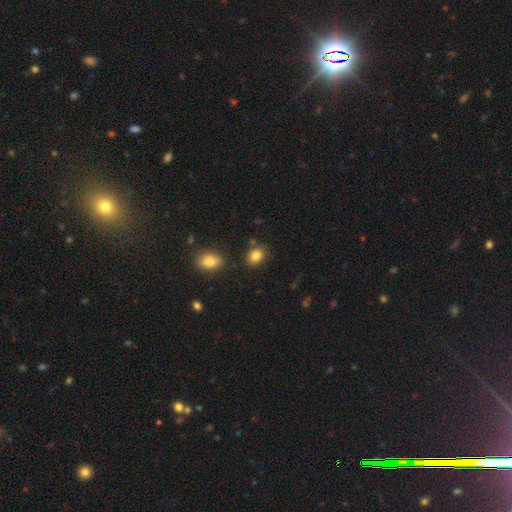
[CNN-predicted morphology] Smooth or featured? Predicted: smooth (p=0.84). How rounded? Predicted: in between (p=0.62). Merging? Predicted: none (p=0.82).